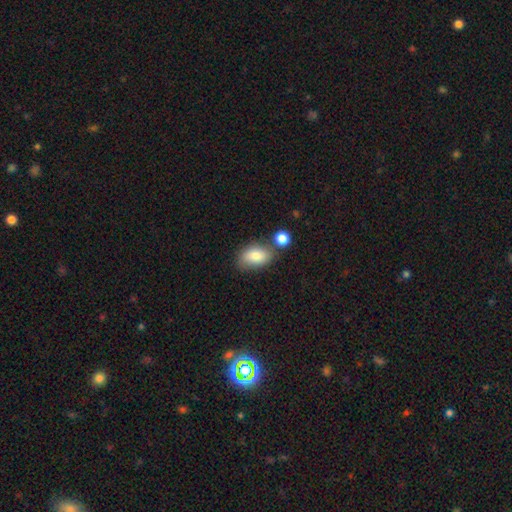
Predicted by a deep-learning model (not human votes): smooth_or_featured: smooth (p=0.82) [alt: featured or disk p=0.11]
how_rounded: in between (p=0.89) [alt: round p=0.09]
merging: none (p=0.62) [alt: merger p=0.17]